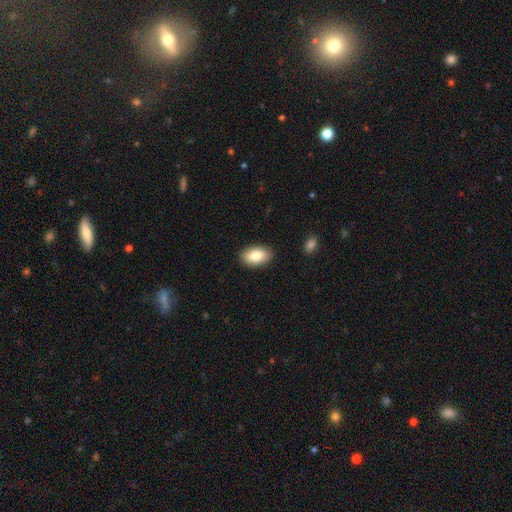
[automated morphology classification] smooth_or_featured: smooth (p=0.84) [alt: featured or disk p=0.09]
how_rounded: in between (p=0.93) [alt: round p=0.05]
merging: none (p=0.88) [alt: minor disturbance p=0.08]